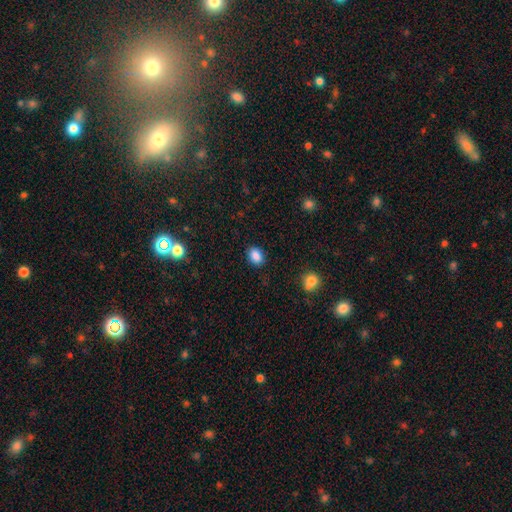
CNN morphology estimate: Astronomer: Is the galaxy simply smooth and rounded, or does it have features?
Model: smooth — 86%.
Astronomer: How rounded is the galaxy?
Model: in between — 66%.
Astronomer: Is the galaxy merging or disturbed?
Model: none — 87%.